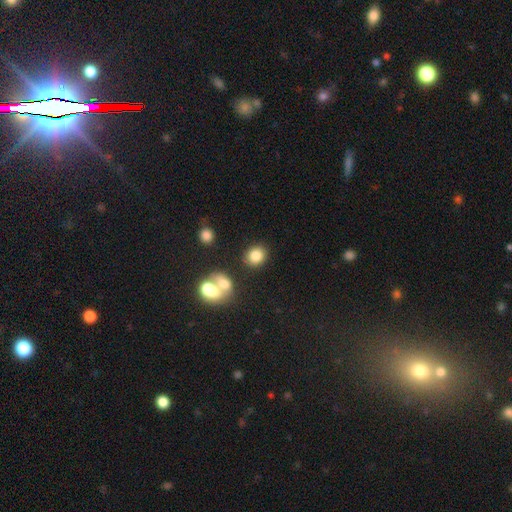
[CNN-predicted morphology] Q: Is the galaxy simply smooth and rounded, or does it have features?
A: smooth — 81%.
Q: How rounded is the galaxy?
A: round — 69%.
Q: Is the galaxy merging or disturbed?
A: none — 78%.